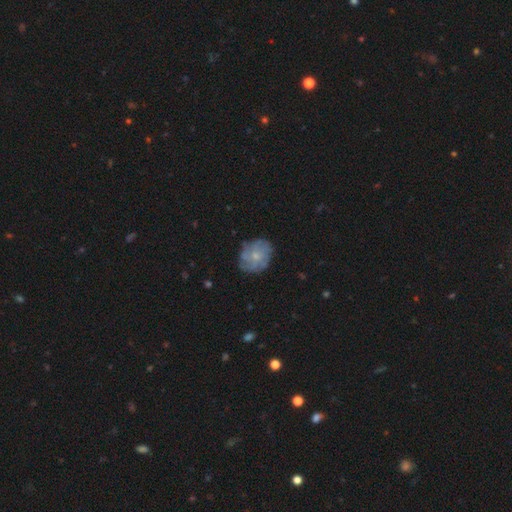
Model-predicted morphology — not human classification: type=featured or disk (53%); edge-on=no (97%); bar=no (82%); spiral arms=yes (65%); bulge=small (62%); merging=none (72%).